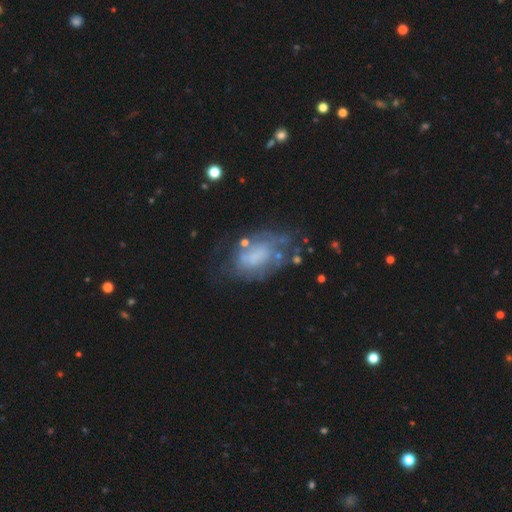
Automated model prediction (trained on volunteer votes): A featured or disk galaxy (55%) with no bar (75%), no spiral arms (55%) and no central bulge (49%). Merging: none (46%).